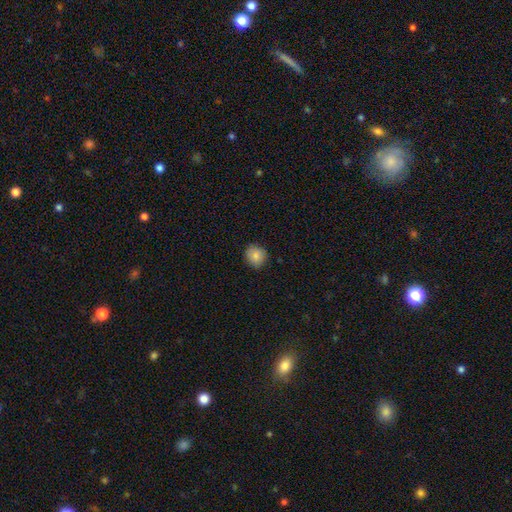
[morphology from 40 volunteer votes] Q: Smooth or featured?
A: smooth (82%); runner-up: featured or disk (10%)
Q: How rounded?
A: round (94%); runner-up: in between (6%)
Q: Merging?
A: none (84%); runner-up: minor disturbance (14%)